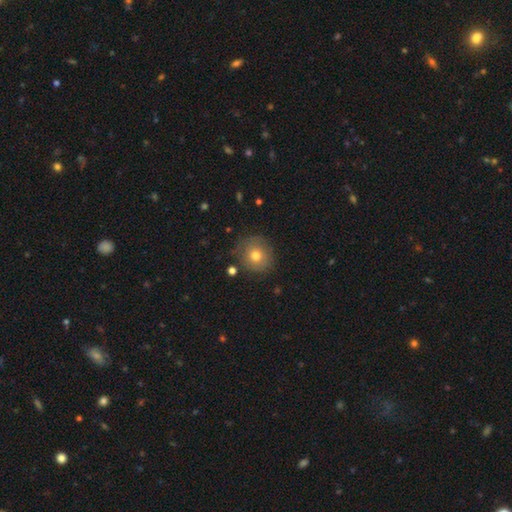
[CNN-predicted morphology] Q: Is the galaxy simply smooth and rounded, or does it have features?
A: smooth — 73%.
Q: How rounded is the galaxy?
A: round — 89%.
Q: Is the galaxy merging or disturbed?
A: none — 77%.